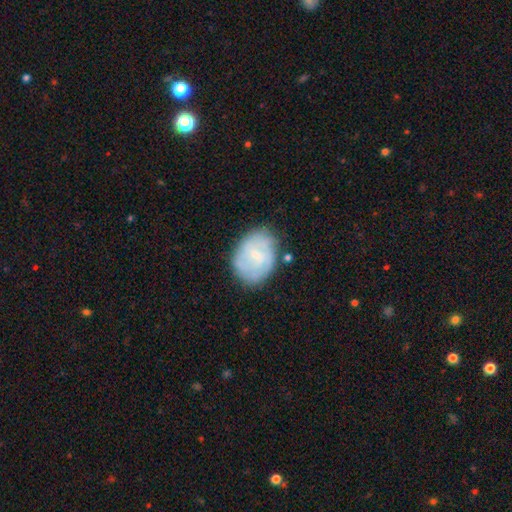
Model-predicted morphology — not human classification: Smooth or featured?
  - featured or disk: 51% *
  - smooth: 42%
  - star or artifact: 7%
Edge-on disk?
  - no: 97% *
  - yes: 3%
Merging?
  - none: 68% *
  - minor disturbance: 22%
  - major disturbance: 7%
  - merger: 3%